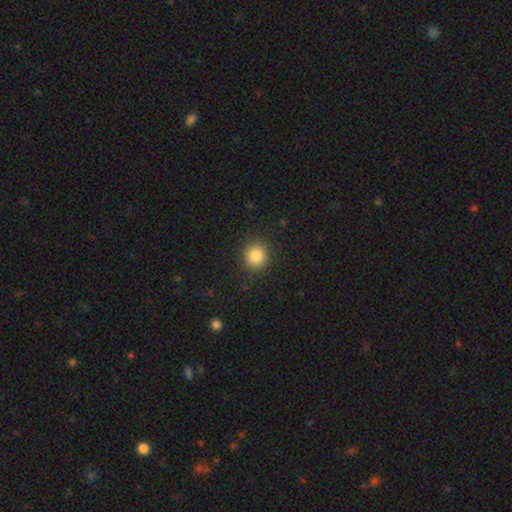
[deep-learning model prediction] The model was most divided on "smooth or featured": smooth: 85%, star or artifact: 11%, featured or disk: 5%. More confident: how rounded — round (92%); merging — none (90%).